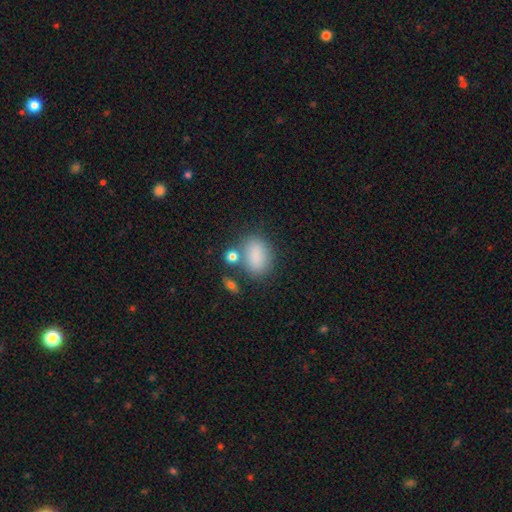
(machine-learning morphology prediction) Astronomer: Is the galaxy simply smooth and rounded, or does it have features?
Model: smooth — 83%.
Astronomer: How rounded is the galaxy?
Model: in between — 76%.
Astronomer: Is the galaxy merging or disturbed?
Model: none — 65%.